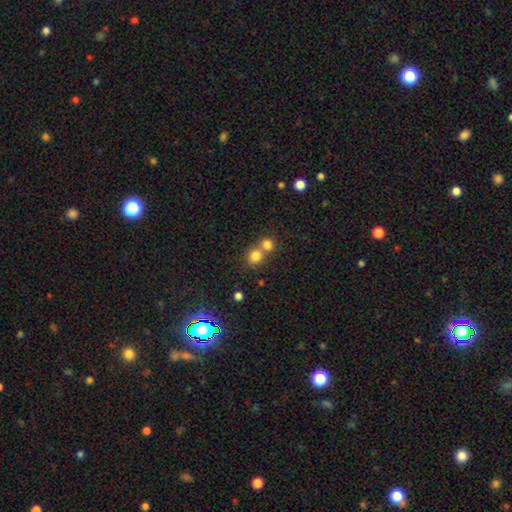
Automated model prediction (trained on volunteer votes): A smooth galaxy with no disk features (78%) that is round (87%). Merging: none (47%).